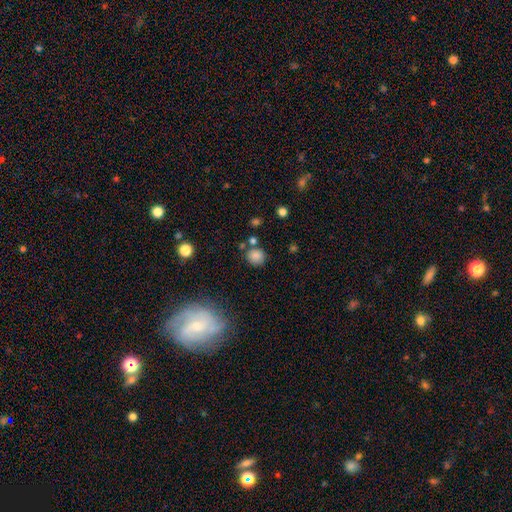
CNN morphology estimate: Smooth or featured? Predicted: smooth (p=0.83). How rounded? Predicted: round (p=0.84). Merging? Predicted: none (p=0.76).